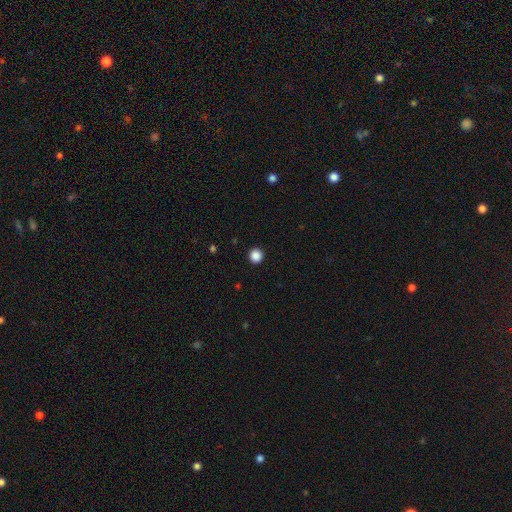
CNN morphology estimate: smooth-or-featured: smooth: 87% | star or artifact: 10% | featured or disk: 2%
  how-rounded: round: 94% | in between: 5% | cigar-shaped: 1%
  merging: none: 94% | minor disturbance: 4% | major disturbance: 1% | merger: 1%